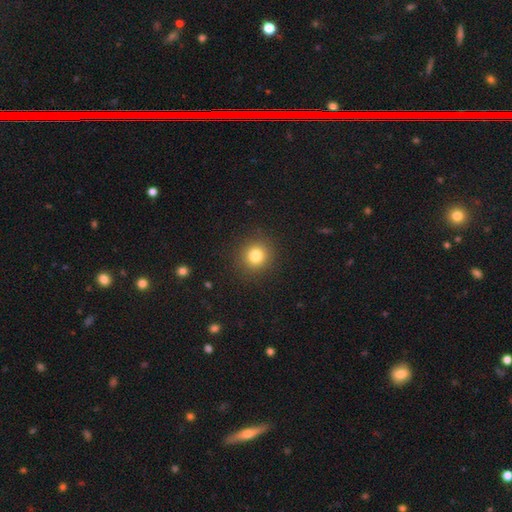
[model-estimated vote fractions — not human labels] smooth 81%, star or artifact 13%, featured or disk 7%. Down the decision tree: how rounded — round (91%); merging — none (91%).